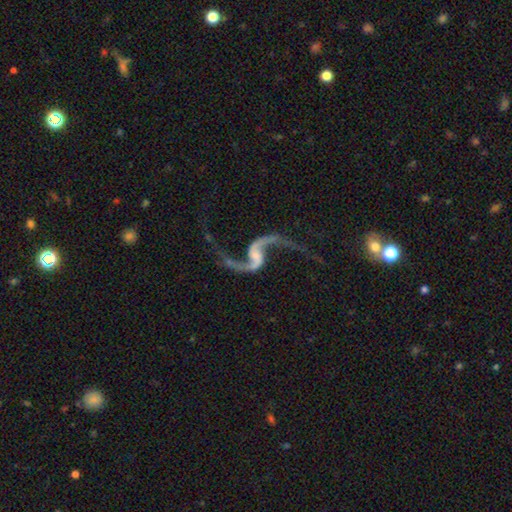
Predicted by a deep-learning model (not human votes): Smooth or featured? Predicted: featured or disk (p=0.92). Edge-on disk? Predicted: no (p=0.97). Bar? Predicted: no (p=0.42). Spiral arms? Predicted: yes (p=0.97). Spiral winding? Predicted: loose (p=0.94). Spiral arm count? Predicted: 2 (p=0.94). Bulge size? Predicted: small (p=0.40). Merging? Predicted: none (p=0.62).